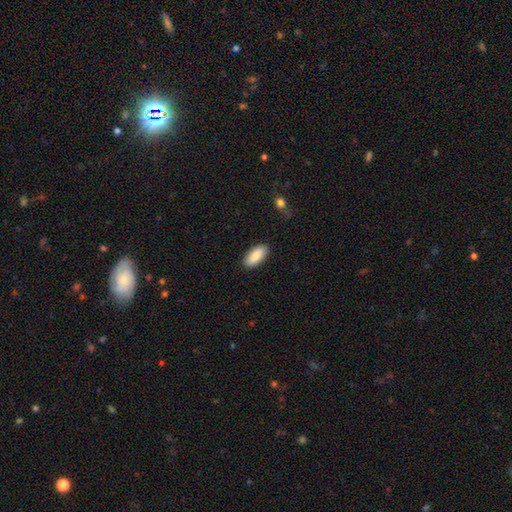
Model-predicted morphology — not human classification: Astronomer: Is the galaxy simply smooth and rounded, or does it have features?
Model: smooth — 86%.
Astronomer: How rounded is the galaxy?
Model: in between — 90%.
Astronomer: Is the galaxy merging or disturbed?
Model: none — 88%.